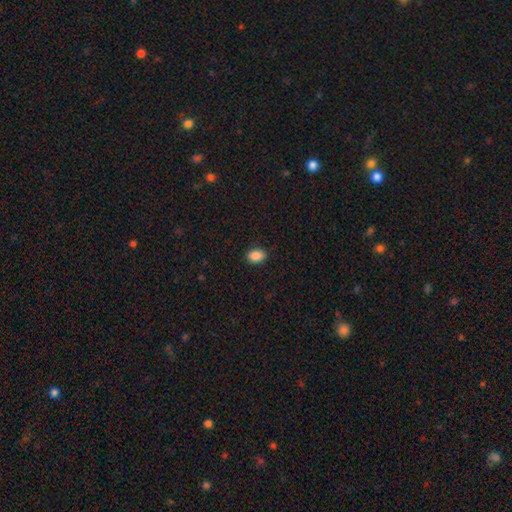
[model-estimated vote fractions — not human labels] This is clearly a smooth galaxy (88%). How rounded: likely in between (78%). Merging: clearly none (85%).